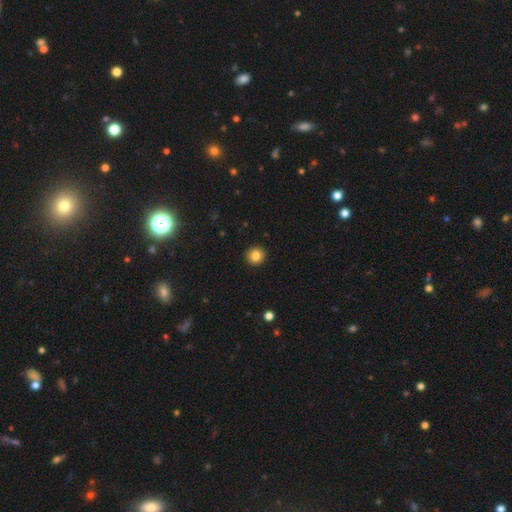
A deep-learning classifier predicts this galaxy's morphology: A smooth galaxy with no disk features (84%) that is round (93%). Merging: none (93%).